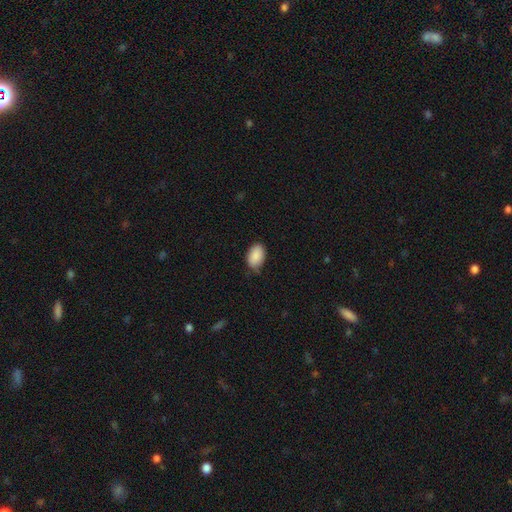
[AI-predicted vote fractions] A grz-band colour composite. It shows a smooth galaxy with no disk features (89%) that is in between round and cigar-shaped (91%). Merging: none (71%).